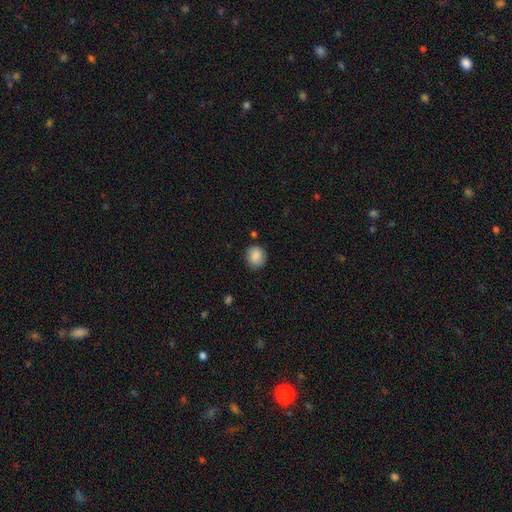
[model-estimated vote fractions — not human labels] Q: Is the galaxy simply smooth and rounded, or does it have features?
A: smooth — 87%.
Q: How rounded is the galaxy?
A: round — 78%.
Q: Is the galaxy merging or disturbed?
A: none — 82%.